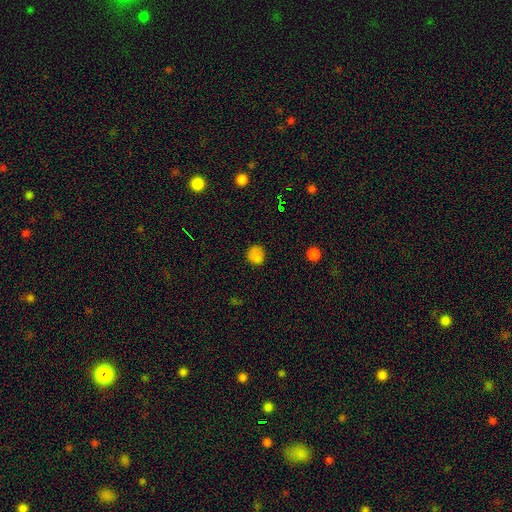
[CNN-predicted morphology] Overall: smooth (77%). How rounded: round (83%). Merging: none (81%).